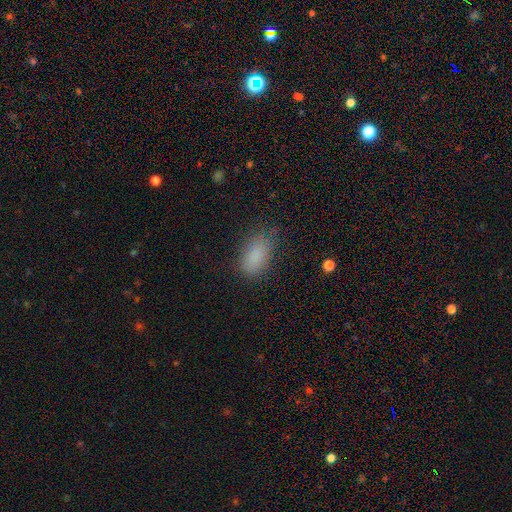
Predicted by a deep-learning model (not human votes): smooth 85%, star or artifact 10%, featured or disk 5%. Down the decision tree: how rounded — in between (91%); merging — none (75%).